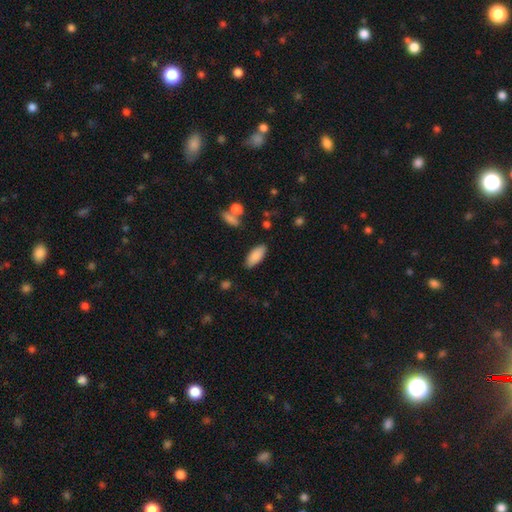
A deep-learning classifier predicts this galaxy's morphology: Q: Smooth or featured?
A: smooth (87%); runner-up: star or artifact (7%)
Q: How rounded?
A: in between (83%); runner-up: cigar-shaped (15%)
Q: Merging?
A: none (86%); runner-up: minor disturbance (10%)